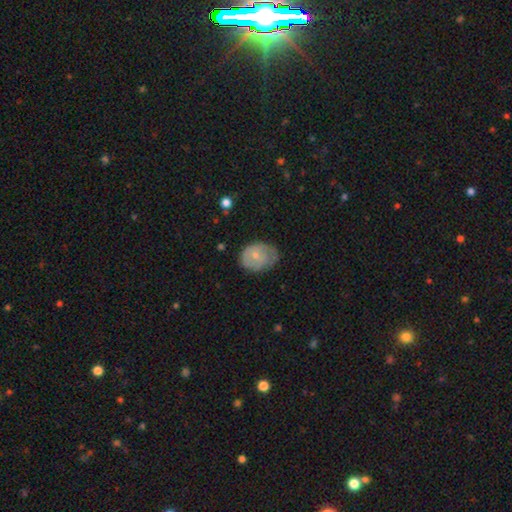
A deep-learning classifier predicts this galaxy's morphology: smooth 58%, featured or disk 35%, star or artifact 7%. Down the decision tree: how rounded — in between (60%); merging — none (48%).